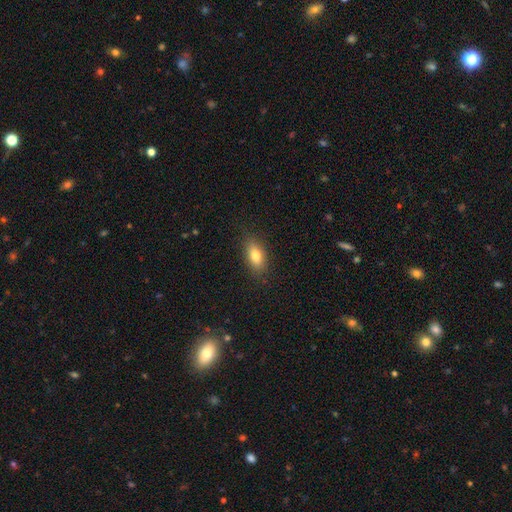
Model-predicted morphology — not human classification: This is likely a smooth galaxy (80%). How rounded: clearly in between (84%). Merging: clearly none (85%).